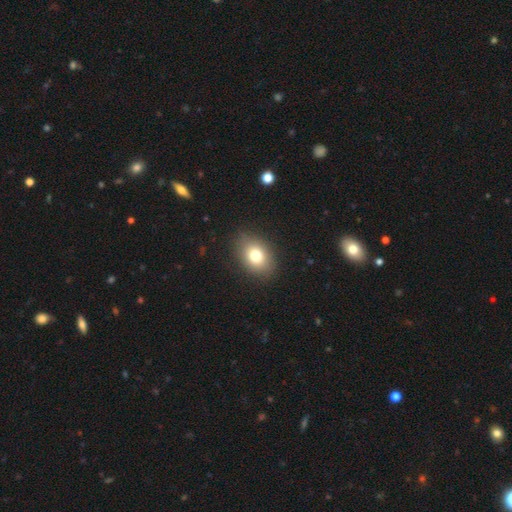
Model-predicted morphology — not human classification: Smooth or featured? smooth (78%)
How rounded? in between (74%)
Merging? none (86%)